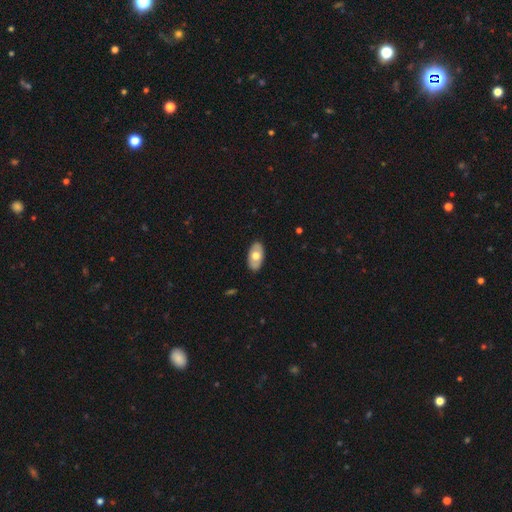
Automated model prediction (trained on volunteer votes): The model was most divided on "smooth or featured": smooth: 62%, featured or disk: 33%, star or artifact: 5%. More confident: how rounded — in between (94%); merging — none (87%).